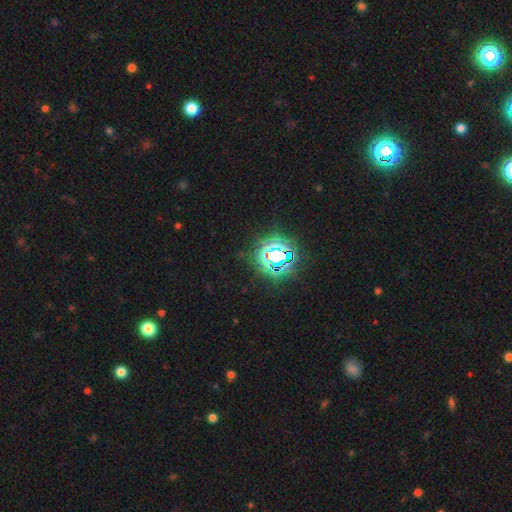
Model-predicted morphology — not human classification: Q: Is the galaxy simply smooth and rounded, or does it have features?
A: star or artifact — 81%.